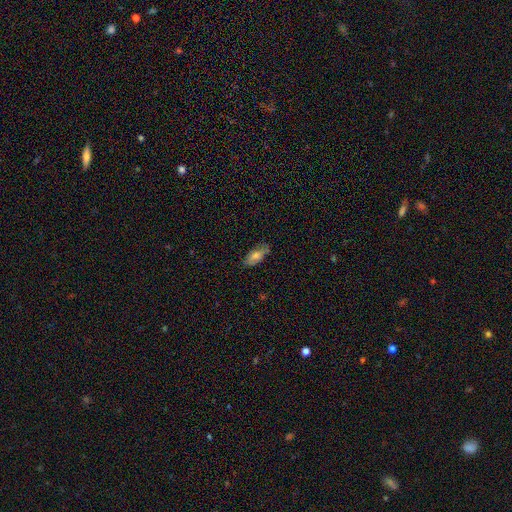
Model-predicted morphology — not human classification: A smooth galaxy with no disk features (61%) that is in between round and cigar-shaped (79%).

Vote fractions:
- Smooth or featured? smooth: 61% / featured or disk: 29% / star or artifact: 10%
- How rounded? in between: 79% / cigar-shaped: 17% / round: 3%
- Merging? none: 77% / minor disturbance: 18% / major disturbance: 3% / merger: 1%